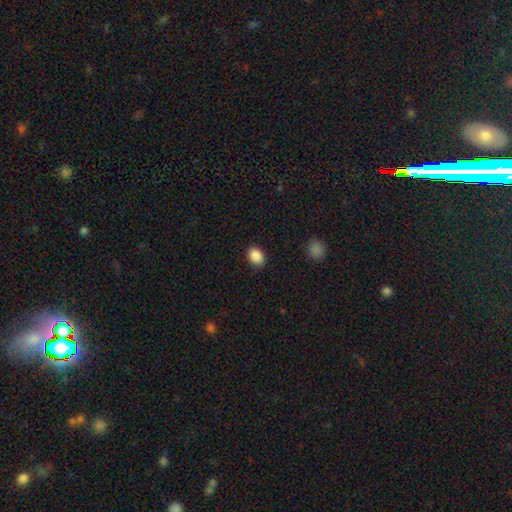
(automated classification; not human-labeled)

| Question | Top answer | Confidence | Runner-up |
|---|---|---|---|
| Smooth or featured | smooth | 89% | star or artifact (8%) |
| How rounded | in between | 61% | round (38%) |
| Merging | none | 88% | minor disturbance (8%) |